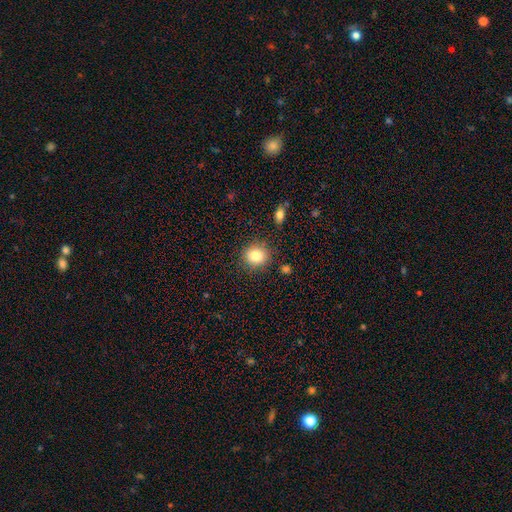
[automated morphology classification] A smooth galaxy with no disk features (84%) that is round (78%). Merging: none (85%).